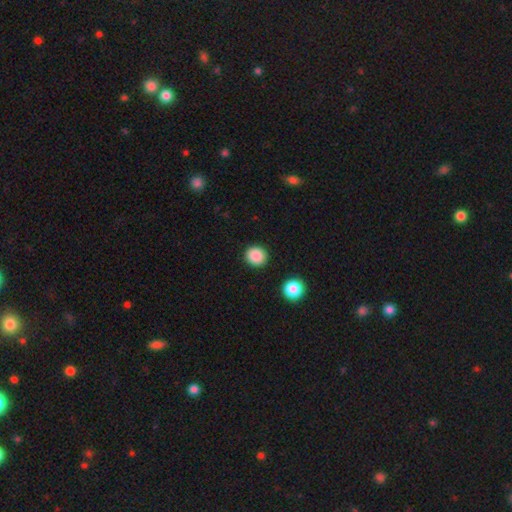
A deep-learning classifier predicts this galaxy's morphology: Smooth or featured: smooth — 88% (star or artifact — 9%)
How rounded: round — 90% (in between — 9%)
Merging: none — 91% (minor disturbance — 6%)